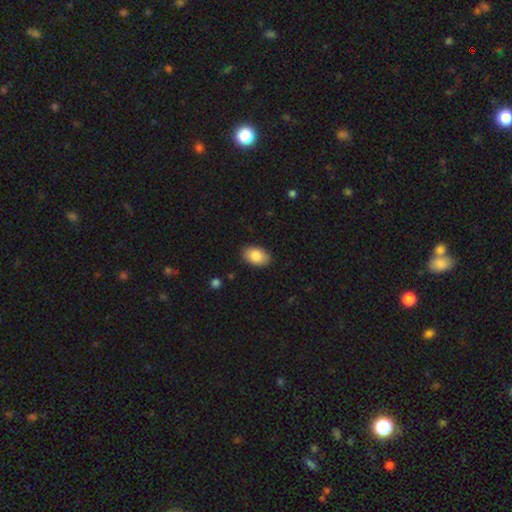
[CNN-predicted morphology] smooth_or_featured: smooth (p=0.86) [alt: featured or disk p=0.08]
how_rounded: in between (p=0.90) [alt: round p=0.09]
merging: none (p=0.87) [alt: minor disturbance p=0.10]